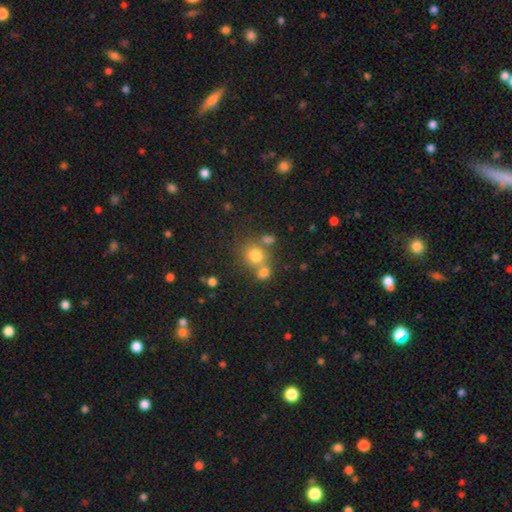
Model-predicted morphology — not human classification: A smooth galaxy with no disk features (75%) that is round (79%).

Vote fractions:
- Smooth or featured? smooth: 75% / star or artifact: 14% / featured or disk: 11%
- How rounded? round: 79% / in between: 20% / cigar-shaped: 1%
- Merging? none: 53% / merger: 33% / minor disturbance: 10% / major disturbance: 5%